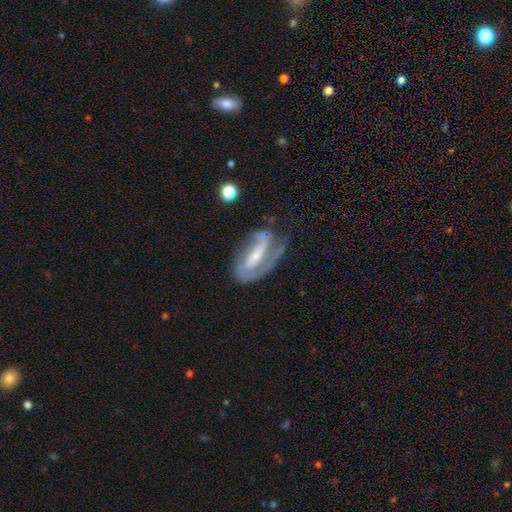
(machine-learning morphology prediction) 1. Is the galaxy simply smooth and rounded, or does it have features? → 81% featured or disk, 13% smooth, 6% star or artifact.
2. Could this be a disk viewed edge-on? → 94% no, 6% yes.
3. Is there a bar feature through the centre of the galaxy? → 42% strong, 35% weak, 23% no.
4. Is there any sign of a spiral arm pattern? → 91% yes, 9% no.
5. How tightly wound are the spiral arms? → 45% medium, 33% tight, 22% loose.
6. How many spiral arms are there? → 65% 2, 20% 1, 9% can't tell, 3% 3, 1% 4, 1% more than 4.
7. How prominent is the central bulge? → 54% small, 33% moderate, 7% none, 5% large, 1% dominant.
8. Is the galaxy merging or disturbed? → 49% none, 24% major disturbance, 24% minor disturbance, 3% merger.